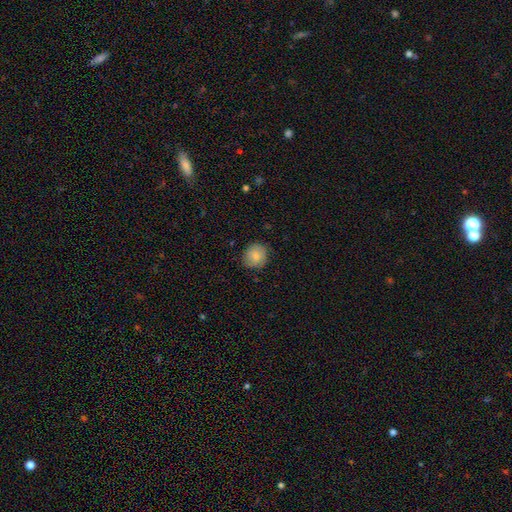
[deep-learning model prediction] Smooth or featured? smooth (79%)
How rounded? round (84%)
Merging? none (81%)